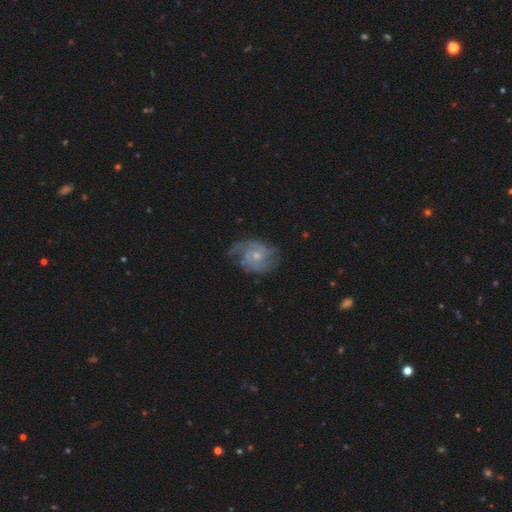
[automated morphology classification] featured or disk 79%, smooth 14%, star or artifact 6%. Down the decision tree: edge-on disk — no (98%); bar — no (74%); spiral arms — yes (92%); spiral arm count — 2 (47%); spiral winding — medium (43%); bulge size — small (61%); merging — none (56%).